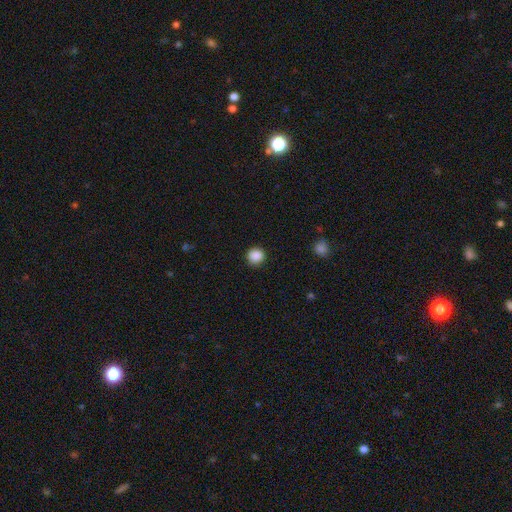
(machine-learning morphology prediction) This appears to be a smooth galaxy with no disk features (88%) that is round (92%). Merging: none (90%).